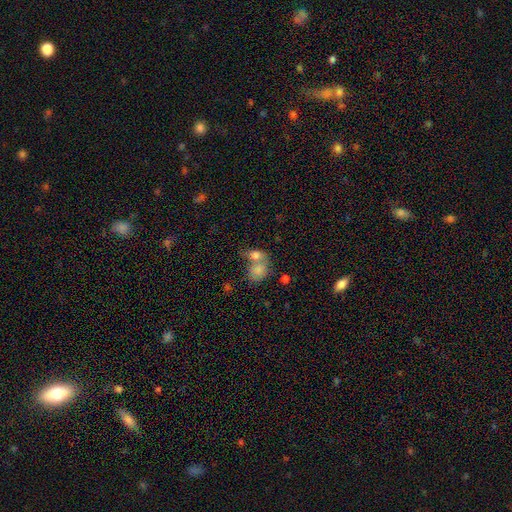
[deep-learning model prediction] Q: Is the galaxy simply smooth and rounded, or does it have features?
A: smooth — 67%.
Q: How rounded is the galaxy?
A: in between — 53%.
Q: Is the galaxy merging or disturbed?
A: merger — 48%.